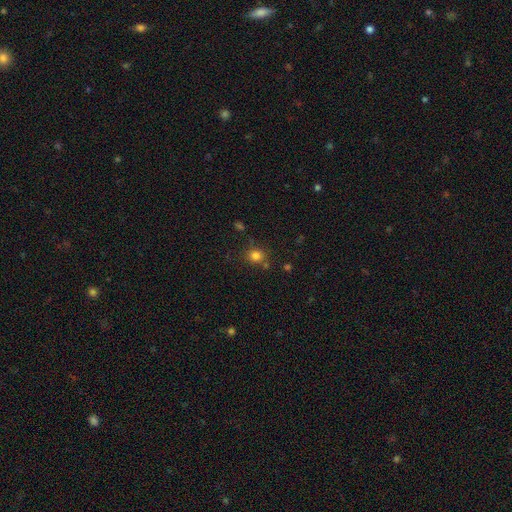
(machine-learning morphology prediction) smooth_or_featured: smooth (p=0.80) [alt: star or artifact p=0.14]
how_rounded: round (p=0.82) [alt: in between p=0.17]
merging: none (p=0.76) [alt: minor disturbance p=0.12]